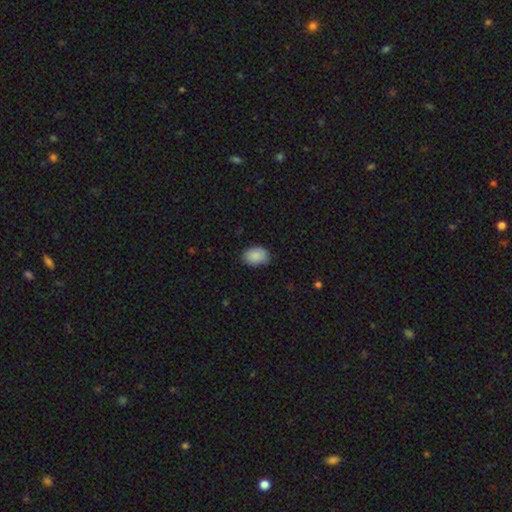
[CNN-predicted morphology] Smooth or featured?
  - smooth: 89% *
  - star or artifact: 7%
  - featured or disk: 4%
How rounded?
  - in between: 81% *
  - round: 18%
  - cigar-shaped: 1%
Merging?
  - none: 78% *
  - minor disturbance: 18%
  - major disturbance: 3%
  - merger: 1%